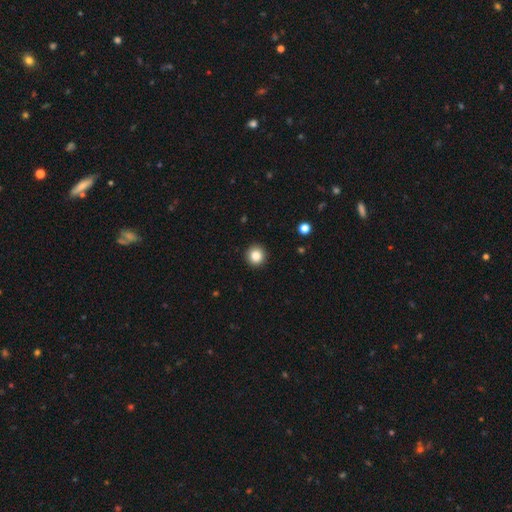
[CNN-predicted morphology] A smooth galaxy with no disk features (84%) that is round (95%).

Vote fractions:
- Smooth or featured? smooth: 84% / star or artifact: 10% / featured or disk: 5%
- How rounded? round: 95% / in between: 4% / cigar-shaped: 1%
- Merging? none: 93% / minor disturbance: 5% / major disturbance: 1% / merger: 1%